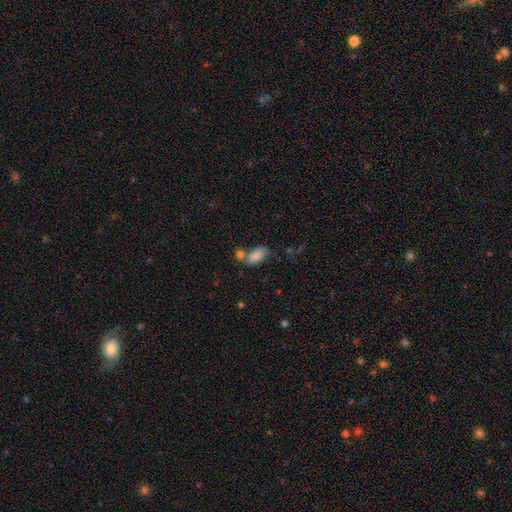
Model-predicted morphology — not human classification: type=smooth (84%); roundness=in between (90%); merging=none (44%).